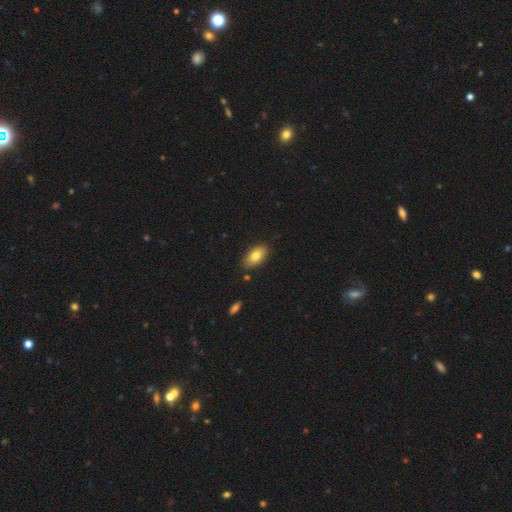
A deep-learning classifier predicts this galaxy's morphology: Smooth or featured? smooth (79%)
How rounded? in between (91%)
Merging? none (84%)